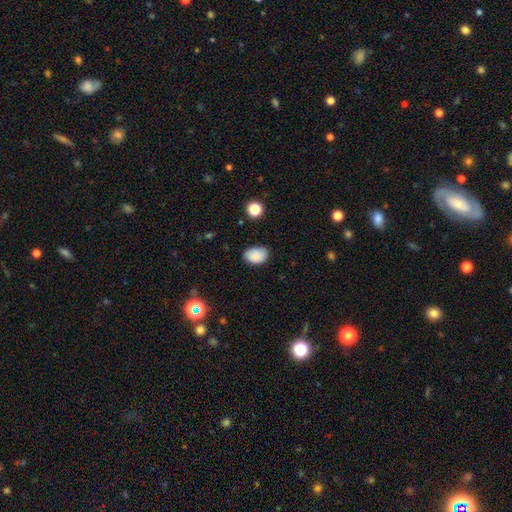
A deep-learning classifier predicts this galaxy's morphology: Overall: smooth (87%). How rounded: in between (83%). Merging: none (76%).